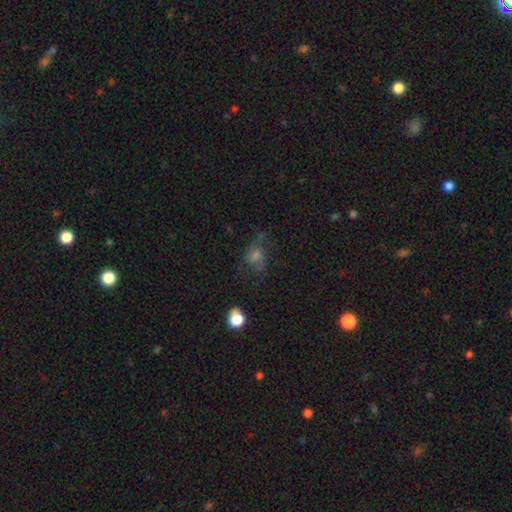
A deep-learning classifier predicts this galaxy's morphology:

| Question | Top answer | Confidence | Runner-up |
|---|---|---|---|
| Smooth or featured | smooth | 40% | featured or disk (33%) |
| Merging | none | 51% | major disturbance (23%) |